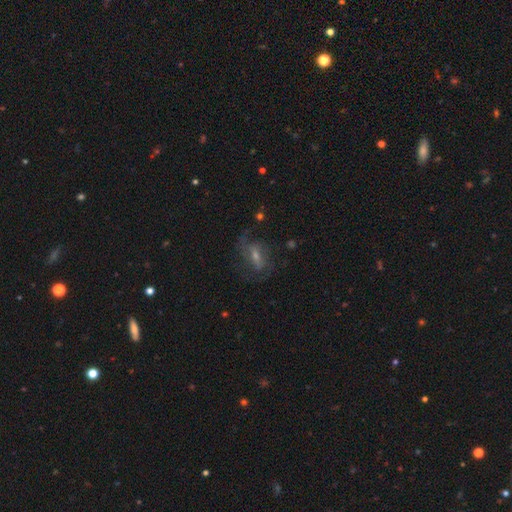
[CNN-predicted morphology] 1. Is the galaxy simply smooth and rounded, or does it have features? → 62% featured or disk, 21% smooth, 17% star or artifact.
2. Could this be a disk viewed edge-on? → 90% no, 10% yes.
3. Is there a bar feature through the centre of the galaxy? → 44% weak, 31% no, 25% strong.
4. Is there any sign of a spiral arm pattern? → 82% yes, 18% no.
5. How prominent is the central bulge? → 47% small, 39% moderate, 7% none, 5% large, 2% dominant.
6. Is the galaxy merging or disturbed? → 64% none, 18% minor disturbance, 17% major disturbance, 2% merger.